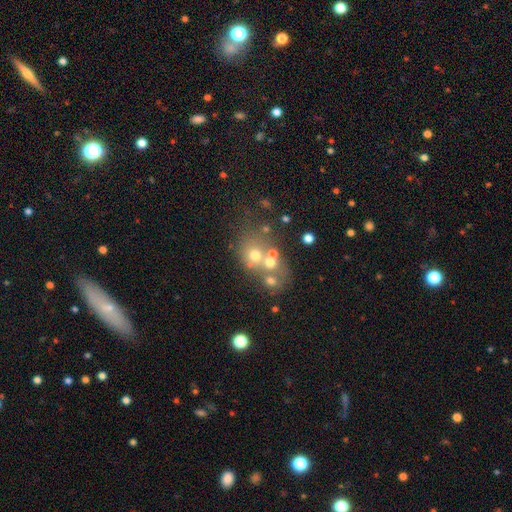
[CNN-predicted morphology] This is possibly a smooth galaxy (48%). Merging: possibly merger (45%).